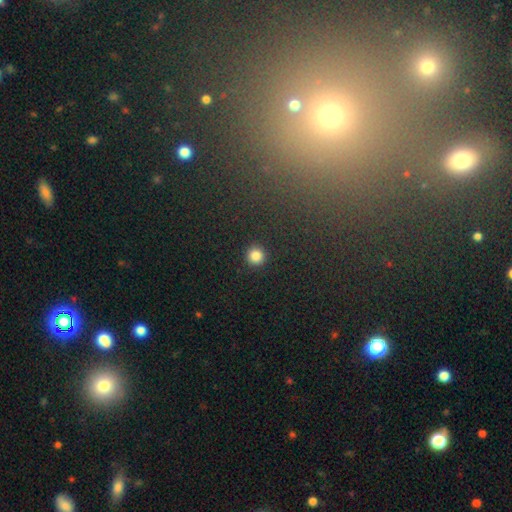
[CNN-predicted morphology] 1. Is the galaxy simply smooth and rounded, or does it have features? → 84% smooth, 12% star or artifact, 4% featured or disk.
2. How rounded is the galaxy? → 95% round, 4% in between, 1% cigar-shaped.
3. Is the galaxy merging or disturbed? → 93% none, 5% minor disturbance, 2% major disturbance, 1% merger.